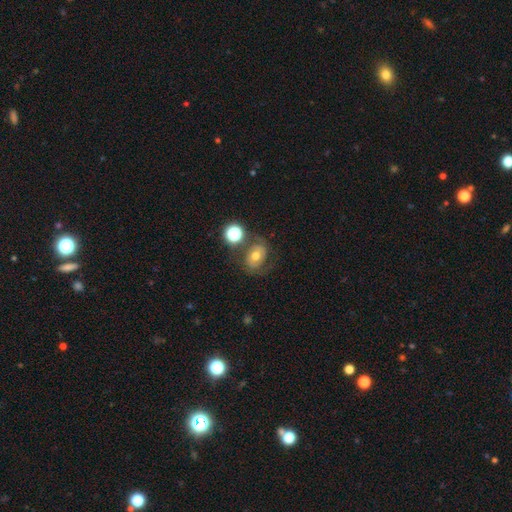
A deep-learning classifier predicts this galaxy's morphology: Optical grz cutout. It shows a smooth galaxy with no disk features (47%). Merging: none (58%).